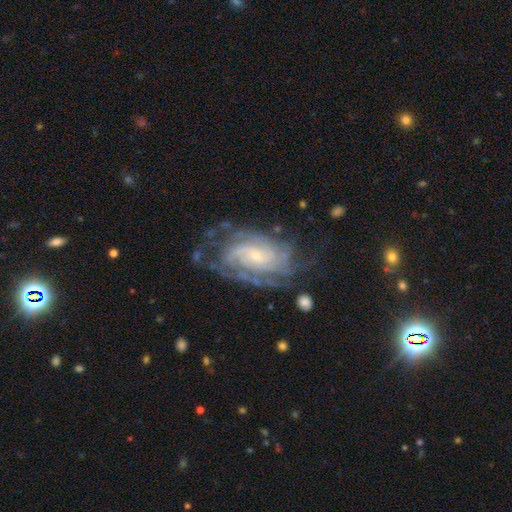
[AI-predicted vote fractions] Smooth or featured?
  - featured or disk: 87% *
  - smooth: 7%
  - star or artifact: 6%
Edge-on disk?
  - no: 96% *
  - yes: 4%
Bar?
  - no: 64% *
  - weak: 28%
  - strong: 7%
Spiral arms?
  - yes: 96% *
  - no: 4%
Spiral winding?
  - tight: 65% *
  - medium: 29%
  - loose: 6%
Spiral arm count?
  - can't tell: 32% *
  - 2: 22%
  - 3: 19%
  - 4: 15%
  - more than 4: 7%
  - 1: 6%
Bulge size?
  - small: 77% *
  - moderate: 18%
  - none: 3%
  - large: 2%
  - dominant: 1%
Merging?
  - none: 65% *
  - minor disturbance: 21%
  - major disturbance: 13%
  - merger: 2%